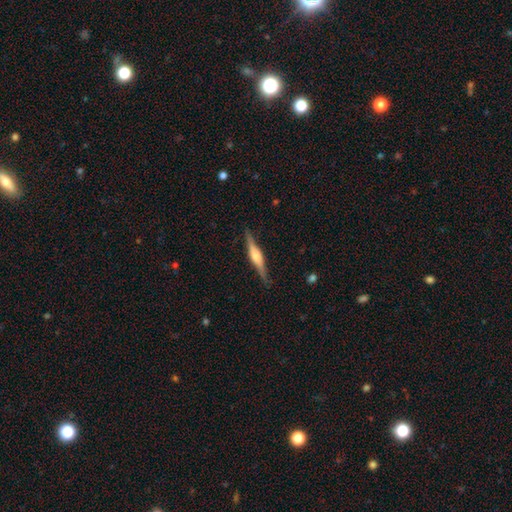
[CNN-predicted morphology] A featured or disk galaxy (72%) viewed edge-on (97%) with a rounded central bulge (77%).

Vote fractions:
- Smooth or featured? featured or disk: 72% / smooth: 22% / star or artifact: 6%
- Edge-on disk? yes: 97% / no: 3%
- Edge-on bulge? rounded: 77% / boxy: 18% / none: 5%
- Merging? none: 88% / minor disturbance: 9% / major disturbance: 2% / merger: 1%